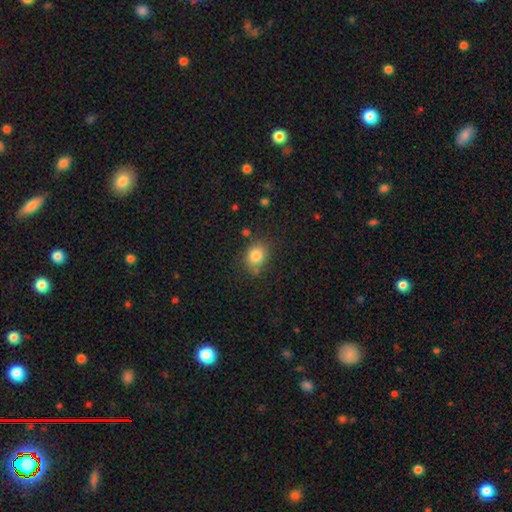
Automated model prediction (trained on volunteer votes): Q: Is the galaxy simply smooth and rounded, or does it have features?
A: smooth — 83%.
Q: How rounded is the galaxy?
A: round — 51%.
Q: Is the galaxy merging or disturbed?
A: none — 75%.